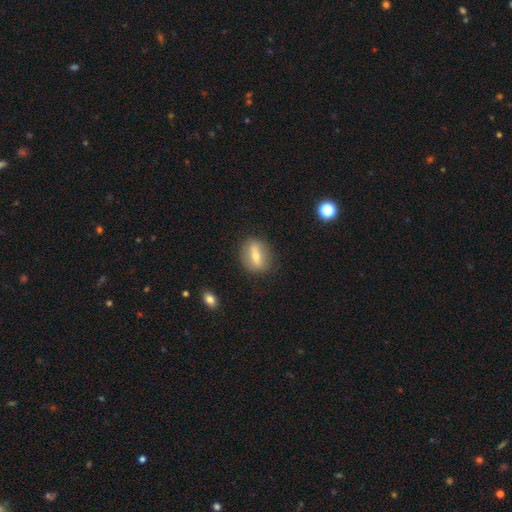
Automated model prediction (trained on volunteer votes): The model was most divided on "smooth or featured": smooth: 52%, featured or disk: 40%, star or artifact: 8%. More confident: merging — none (83%); how rounded — in between (54%).